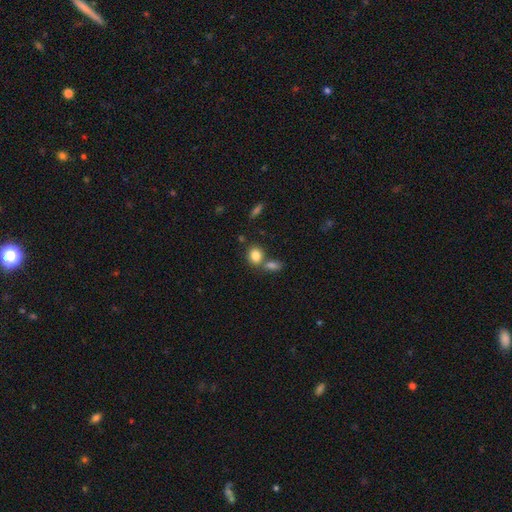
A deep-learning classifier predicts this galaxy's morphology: Smooth or featured: smooth — 83% (star or artifact — 10%)
How rounded: round — 56% (in between — 43%)
Merging: none — 54% (merger — 32%)